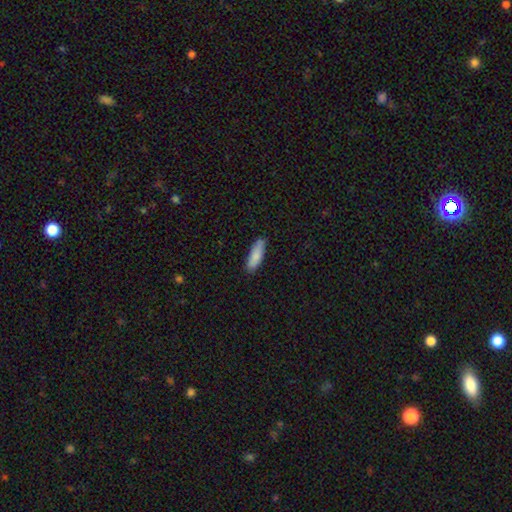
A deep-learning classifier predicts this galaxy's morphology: The model was most divided on "how rounded": in between: 51%, cigar-shaped: 48%, round: 2%. More confident: smooth or featured — smooth (86%); merging — none (83%).